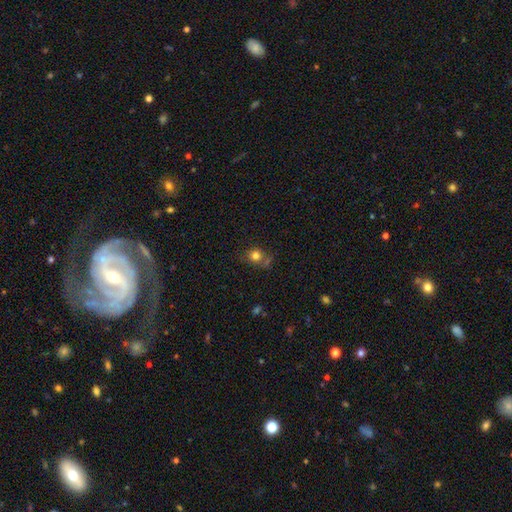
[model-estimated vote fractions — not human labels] This appears to be a smooth galaxy with no disk features (80%) that is round (80%). Merging: none (60%).